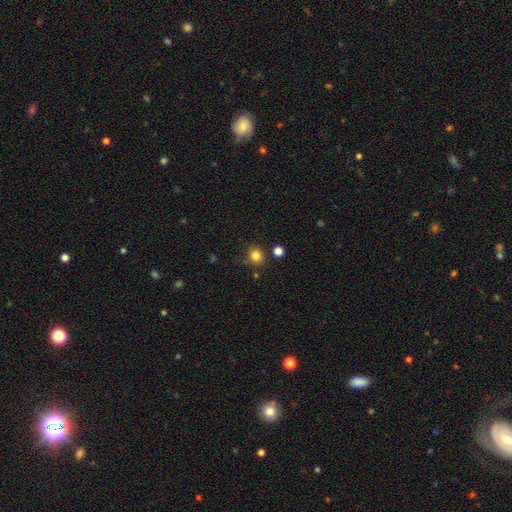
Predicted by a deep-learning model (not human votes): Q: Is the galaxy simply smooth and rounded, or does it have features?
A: smooth — 82%.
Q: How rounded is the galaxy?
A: round — 79%.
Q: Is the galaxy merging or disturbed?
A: none — 75%.